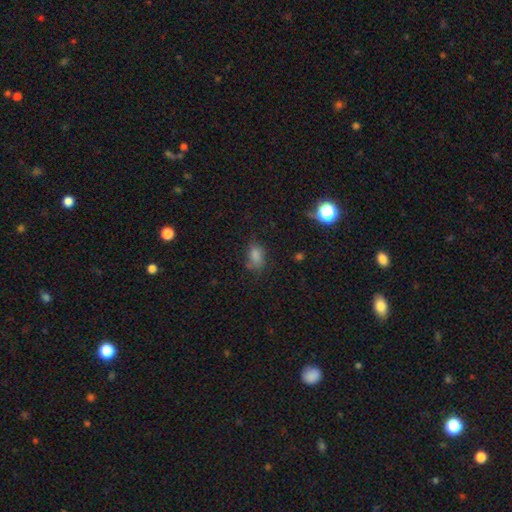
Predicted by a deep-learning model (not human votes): Smooth or featured? smooth (77%)
How rounded? in between (84%)
Merging? none (55%)